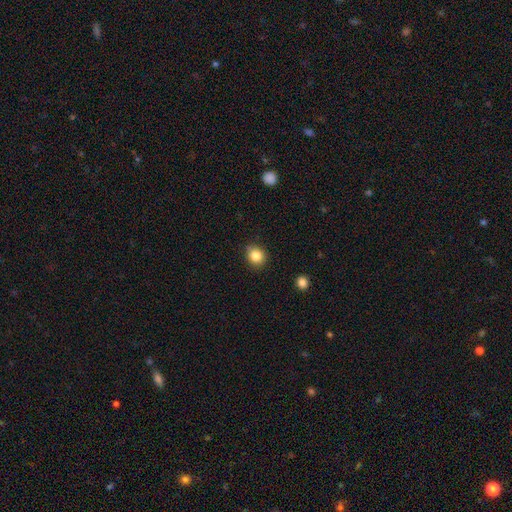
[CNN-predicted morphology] This is clearly a smooth galaxy (85%). How rounded: likely round (77%). Merging: clearly none (86%).